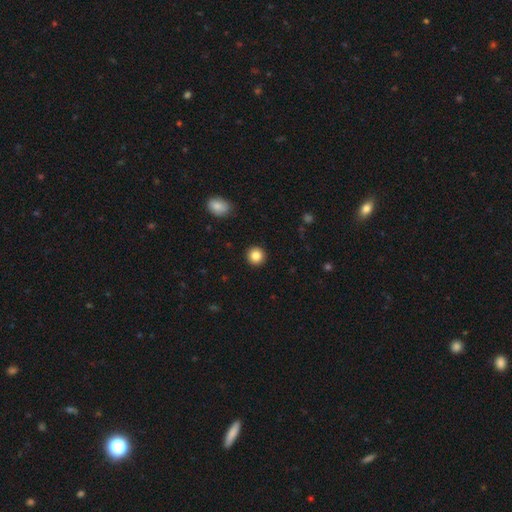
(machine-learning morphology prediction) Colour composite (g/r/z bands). It shows a smooth galaxy with no disk features (85%) that is round (94%). Merging: none (93%).